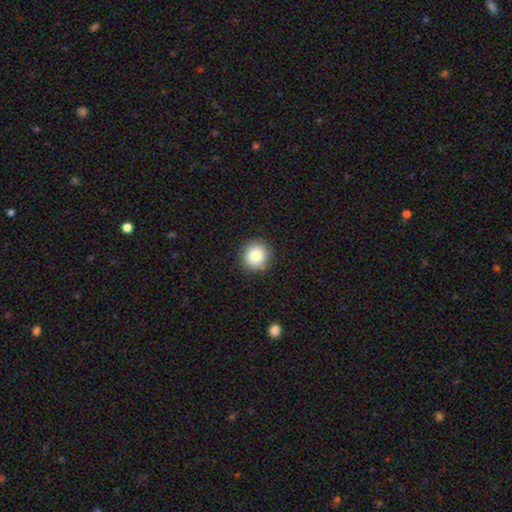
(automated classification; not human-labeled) The model was most divided on "smooth or featured": smooth: 81%, star or artifact: 10%, featured or disk: 9%. More confident: how rounded — round (93%); merging — none (89%).